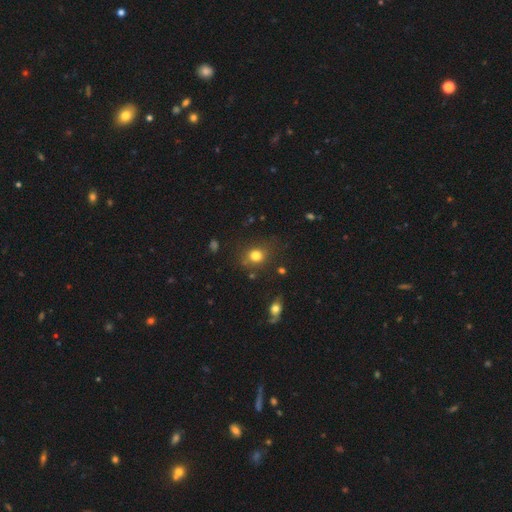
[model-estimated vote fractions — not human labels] A smooth galaxy with no disk features (79%) that is round (72%). Merging: none (78%).